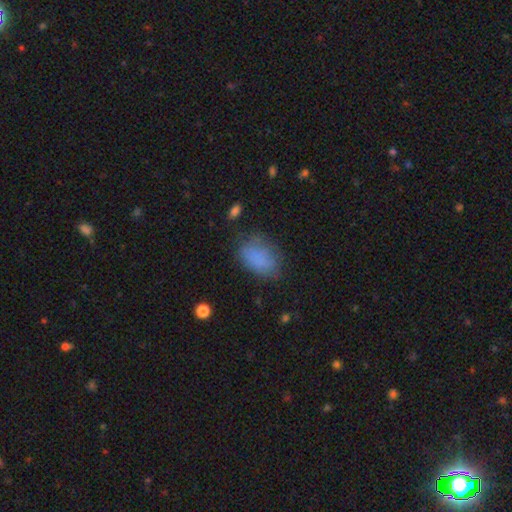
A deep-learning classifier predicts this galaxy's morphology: This appears to be a smooth galaxy with no disk features (82%) that is in between round and cigar-shaped (87%). Merging: none (67%).